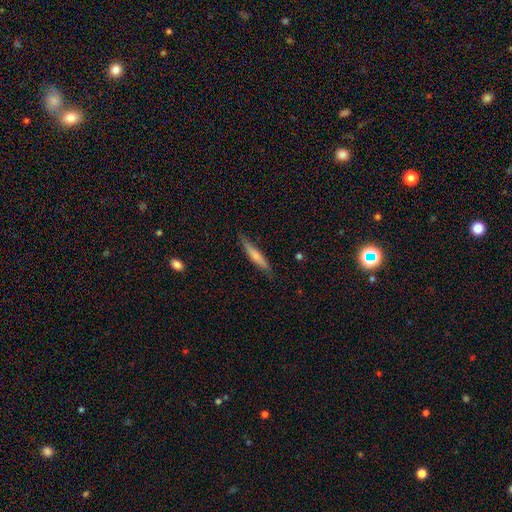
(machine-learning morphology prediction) A smooth galaxy with no disk features (64%) that is cigar-shaped (92%). Merging: none (80%).